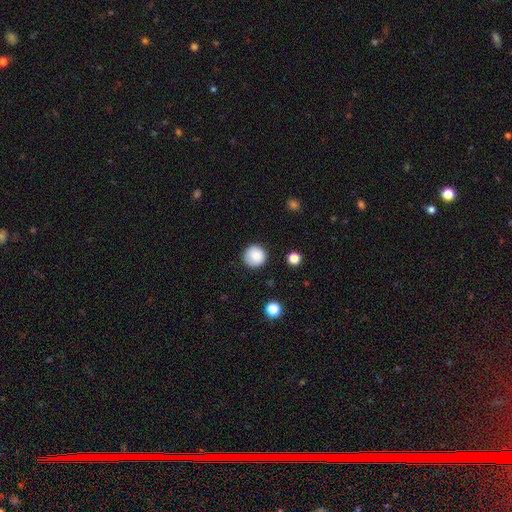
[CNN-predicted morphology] Overall: smooth (86%). How rounded: round (95%). Merging: none (85%).